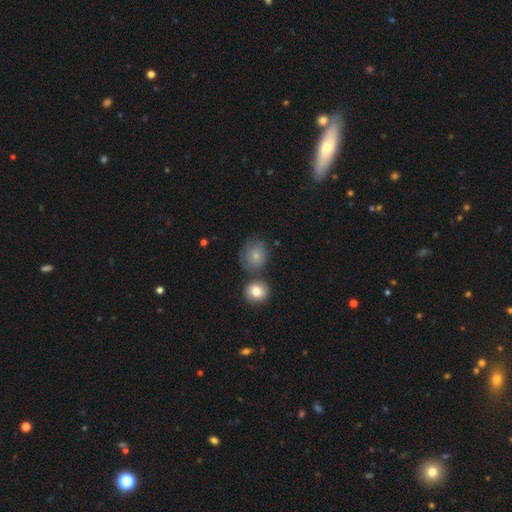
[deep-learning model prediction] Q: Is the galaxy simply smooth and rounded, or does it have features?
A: smooth — 75%.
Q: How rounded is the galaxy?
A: round — 78%.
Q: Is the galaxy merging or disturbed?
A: none — 57%.